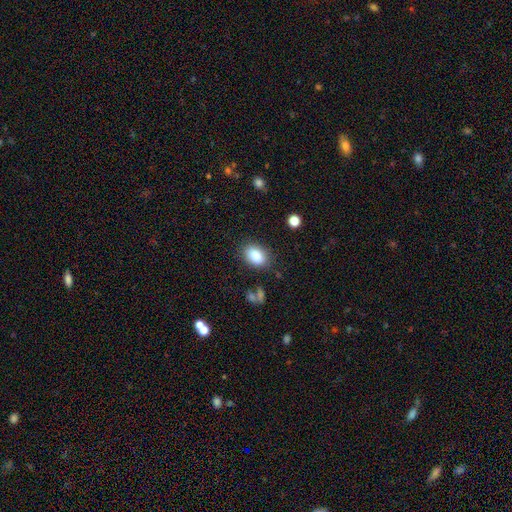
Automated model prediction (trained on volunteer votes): smooth-or-featured: smooth: 86% | star or artifact: 8% | featured or disk: 6%
  how-rounded: in between: 83% | round: 16% | cigar-shaped: 1%
  merging: none: 82% | minor disturbance: 12% | major disturbance: 4% | merger: 2%